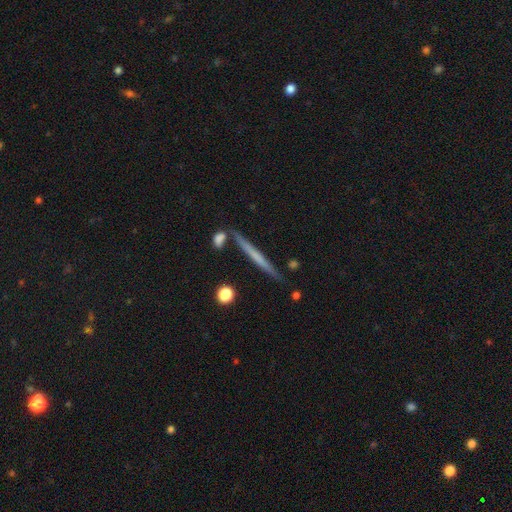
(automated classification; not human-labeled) The model was most divided on "smooth or featured": featured or disk: 50%, smooth: 44%, star or artifact: 6%. More confident: edge-on disk — yes (96%); merging — none (84%).